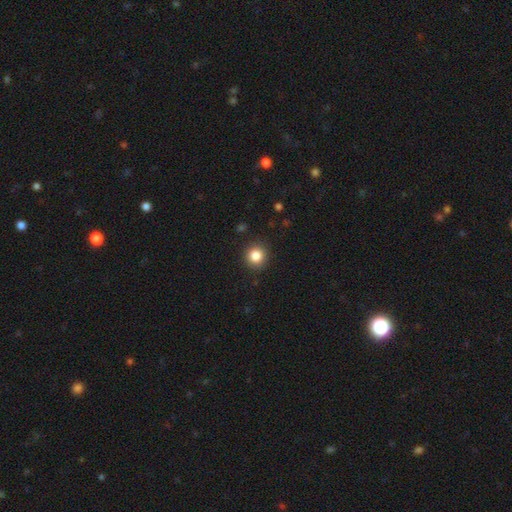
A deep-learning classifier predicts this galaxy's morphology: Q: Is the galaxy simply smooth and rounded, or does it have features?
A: smooth — 84%.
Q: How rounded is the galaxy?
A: round — 92%.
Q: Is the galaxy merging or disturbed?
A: none — 91%.